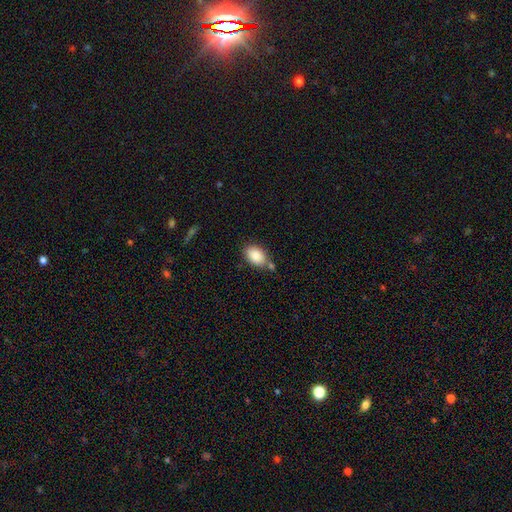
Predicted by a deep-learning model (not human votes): Smooth or featured?
  - smooth: 85% *
  - featured or disk: 8%
  - star or artifact: 7%
How rounded?
  - in between: 89% *
  - round: 9%
  - cigar-shaped: 1%
Merging?
  - none: 66% *
  - minor disturbance: 16%
  - merger: 14%
  - major disturbance: 4%